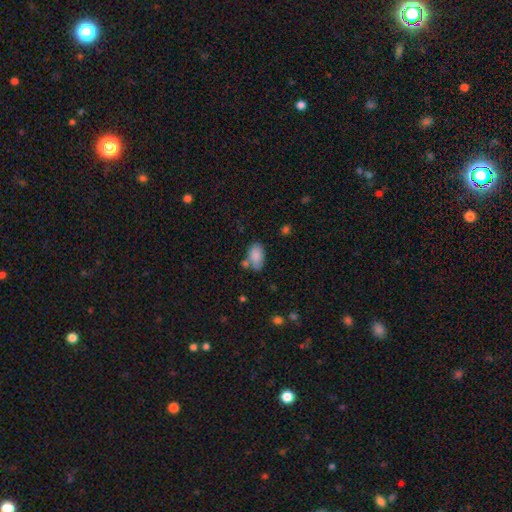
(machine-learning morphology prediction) Smooth or featured?
  - smooth: 84% *
  - featured or disk: 8%
  - star or artifact: 8%
How rounded?
  - in between: 92% *
  - round: 6%
  - cigar-shaped: 2%
Merging?
  - none: 55% *
  - minor disturbance: 22%
  - merger: 17%
  - major disturbance: 6%